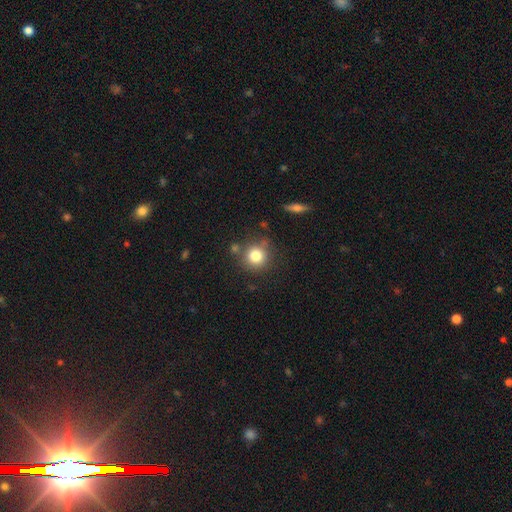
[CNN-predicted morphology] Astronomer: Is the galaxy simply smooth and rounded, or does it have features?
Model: smooth — 80%.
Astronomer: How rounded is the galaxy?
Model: round — 92%.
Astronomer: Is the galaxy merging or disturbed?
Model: none — 77%.